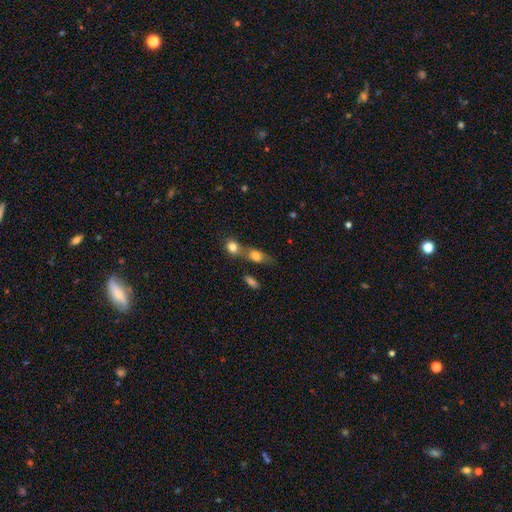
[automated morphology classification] Smooth or featured? smooth (75%)
How rounded? in between (65%)
Merging? merger (46%)